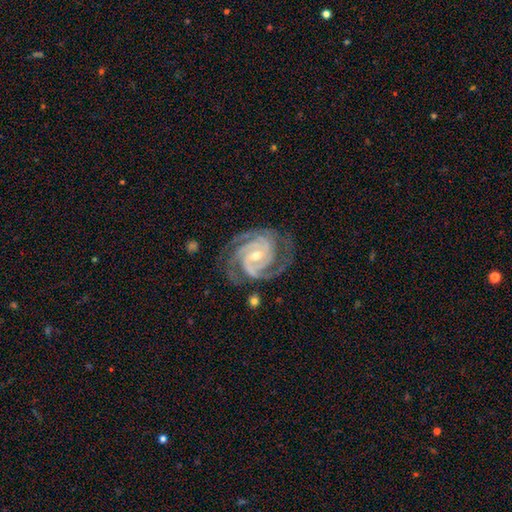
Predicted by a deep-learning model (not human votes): Q: Smooth or featured?
A: featured or disk (93%); runner-up: star or artifact (4%)
Q: Edge-on disk?
A: no (98%); runner-up: yes (2%)
Q: Bar?
A: no (41%); runner-up: weak (37%)
Q: Spiral arms?
A: yes (99%); runner-up: no (1%)
Q: Spiral winding?
A: tight (70%); runner-up: medium (27%)
Q: Spiral arm count?
A: 3 (40%); runner-up: 2 (31%)
Q: Bulge size?
A: small (53%); runner-up: moderate (45%)
Q: Merging?
A: none (75%); runner-up: minor disturbance (16%)